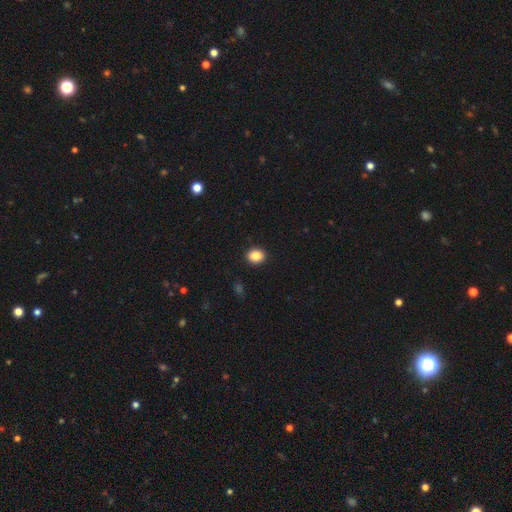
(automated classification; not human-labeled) The model was most divided on "how rounded": round: 61%, in between: 38%, cigar-shaped: 1%. More confident: merging — none (92%); smooth or featured — smooth (86%).